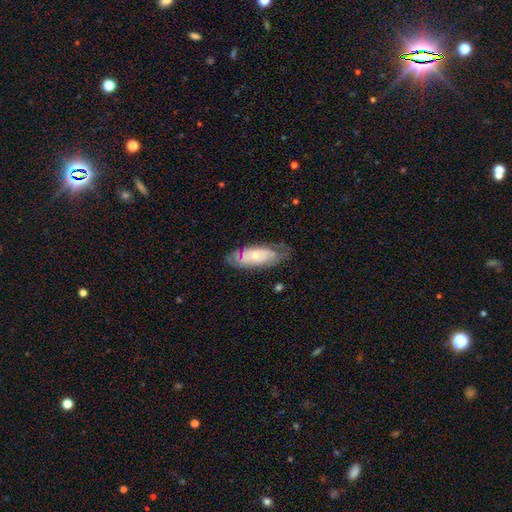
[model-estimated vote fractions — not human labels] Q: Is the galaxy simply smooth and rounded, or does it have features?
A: featured or disk — 62%.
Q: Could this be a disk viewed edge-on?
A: no — 85%.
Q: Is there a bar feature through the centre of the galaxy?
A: no — 81%.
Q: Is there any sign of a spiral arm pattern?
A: yes — 78%.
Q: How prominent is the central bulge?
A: small — 56%.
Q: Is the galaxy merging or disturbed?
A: none — 66%.